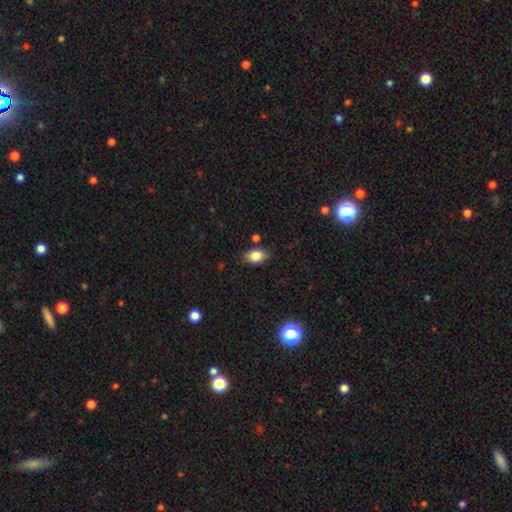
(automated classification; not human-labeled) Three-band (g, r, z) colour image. It shows a smooth galaxy with no disk features (84%) that is in between round and cigar-shaped (85%). Merging: none (81%).